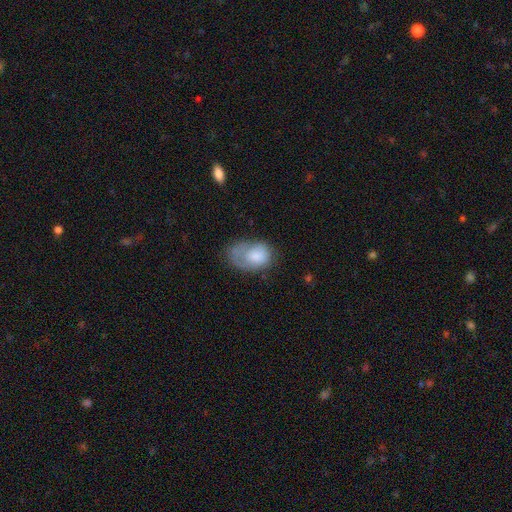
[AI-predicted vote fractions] Morphology: type=smooth (67%); roundness=in between (82%); merging=none (36%).